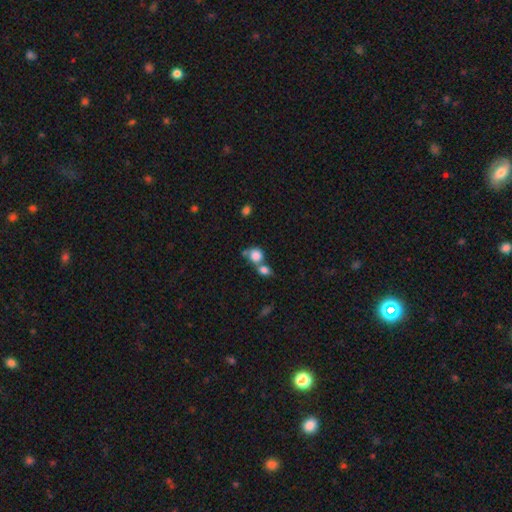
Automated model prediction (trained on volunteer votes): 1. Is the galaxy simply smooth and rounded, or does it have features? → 83% smooth, 10% star or artifact, 8% featured or disk.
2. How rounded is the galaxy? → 76% round, 22% in between, 1% cigar-shaped.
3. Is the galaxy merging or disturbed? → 51% merger, 36% none, 9% minor disturbance, 5% major disturbance.